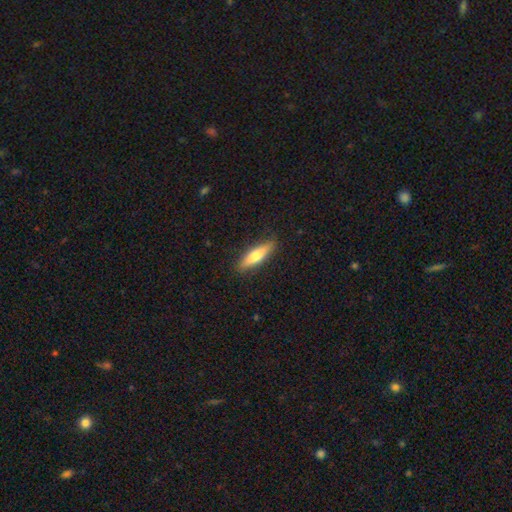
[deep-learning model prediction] This is likely a smooth galaxy (64%). How rounded: likely cigar-shaped (70%). Merging: clearly none (88%).